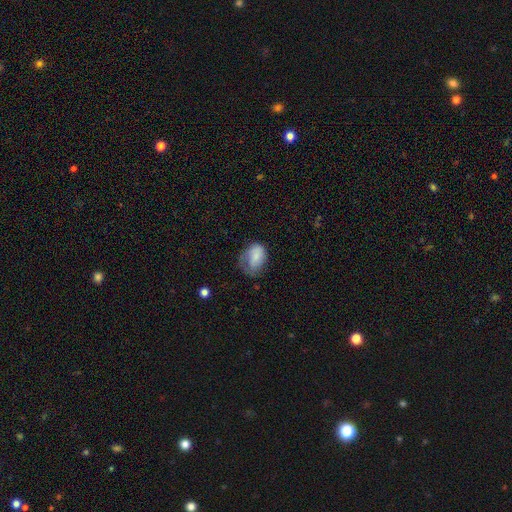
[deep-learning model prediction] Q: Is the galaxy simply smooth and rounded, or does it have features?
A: smooth — 71%.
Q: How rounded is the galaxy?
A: in between — 76%.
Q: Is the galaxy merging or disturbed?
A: minor disturbance — 34%.